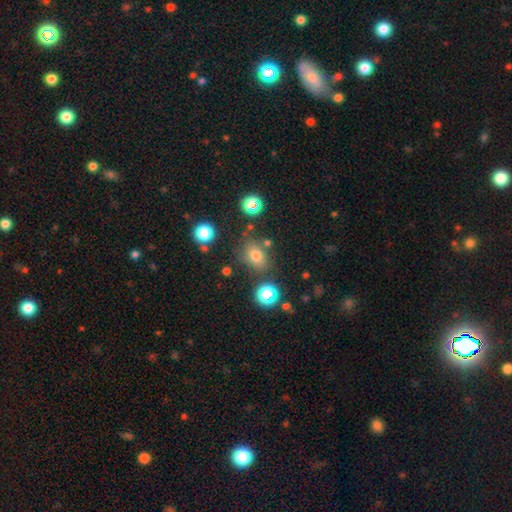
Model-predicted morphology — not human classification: Smooth or featured? smooth (70%)
How rounded? in between (58%)
Merging? none (74%)